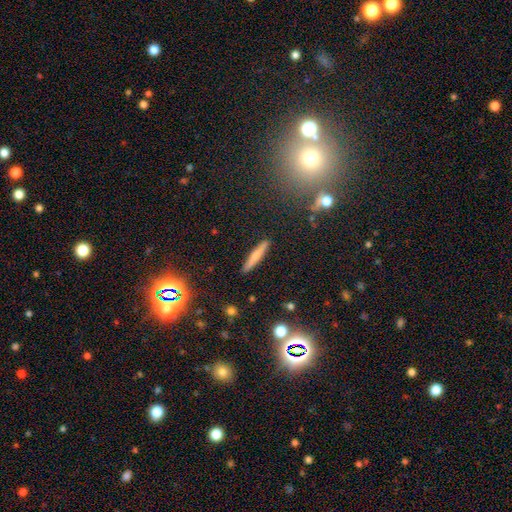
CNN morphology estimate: smooth-or-featured: smooth: 64% | featured or disk: 28% | star or artifact: 8%
  how-rounded: cigar-shaped: 92% | in between: 6% | round: 2%
  merging: none: 90% | minor disturbance: 7% | major disturbance: 2% | merger: 1%